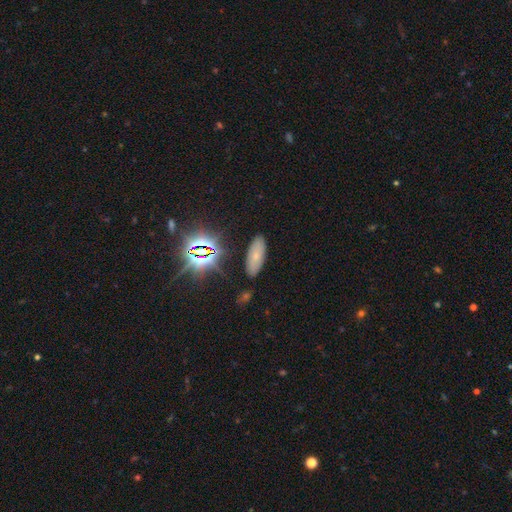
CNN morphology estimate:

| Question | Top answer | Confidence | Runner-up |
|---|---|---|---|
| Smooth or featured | smooth | 52% | star or artifact (27%) |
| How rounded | in between | 78% | cigar-shaped (18%) |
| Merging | none | 84% | minor disturbance (11%) |